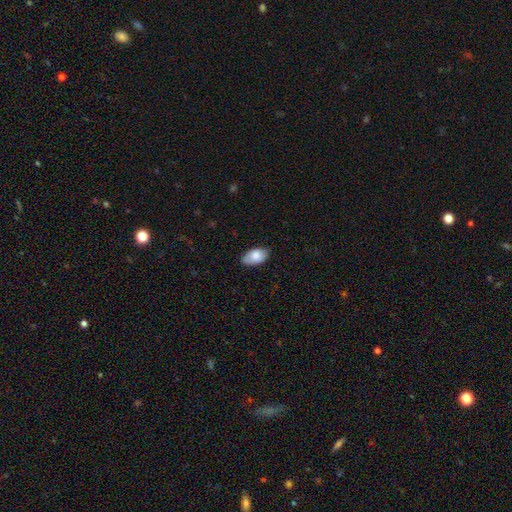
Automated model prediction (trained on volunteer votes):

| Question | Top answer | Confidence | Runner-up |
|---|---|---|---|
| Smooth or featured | smooth | 82% | featured or disk (12%) |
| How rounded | in between | 94% | round (4%) |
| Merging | none | 82% | minor disturbance (15%) |